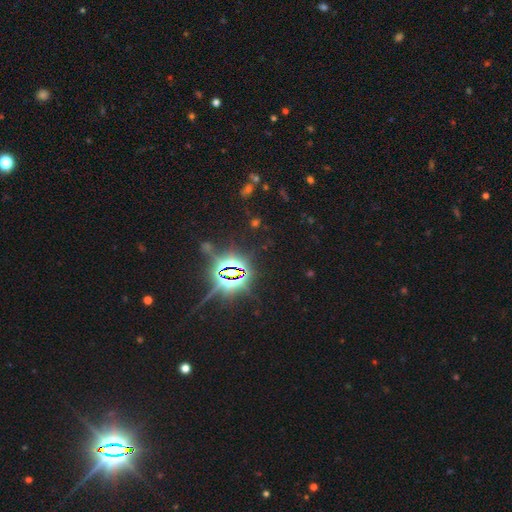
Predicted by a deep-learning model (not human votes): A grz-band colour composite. It shows a star or artifact, not a galaxy (83%).